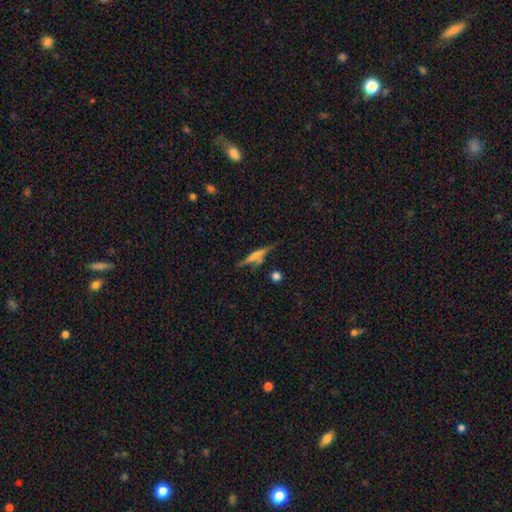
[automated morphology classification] featured or disk 55%, smooth 36%, star or artifact 9%. Down the decision tree: edge-on disk — yes (93%); edge-on bulge — rounded (55%); merging — none (69%).